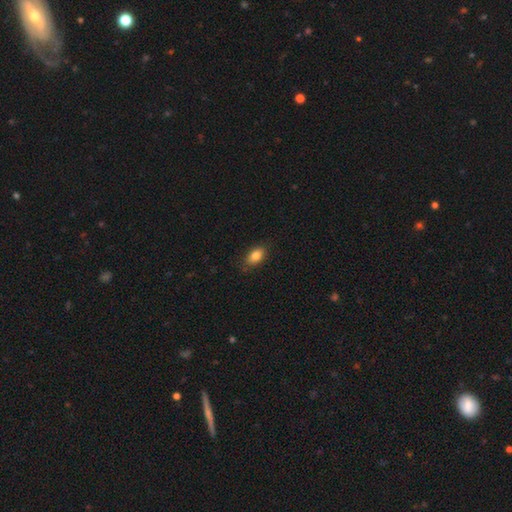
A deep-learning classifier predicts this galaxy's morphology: Smooth or featured? Predicted: smooth (p=0.84). How rounded? Predicted: in between (p=0.86). Merging? Predicted: none (p=0.82).